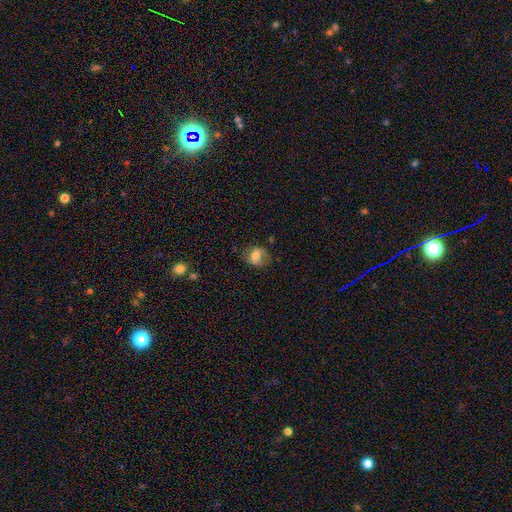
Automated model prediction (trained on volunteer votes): A smooth galaxy with no disk features (68%) that is round (51%). Merging: none (63%).